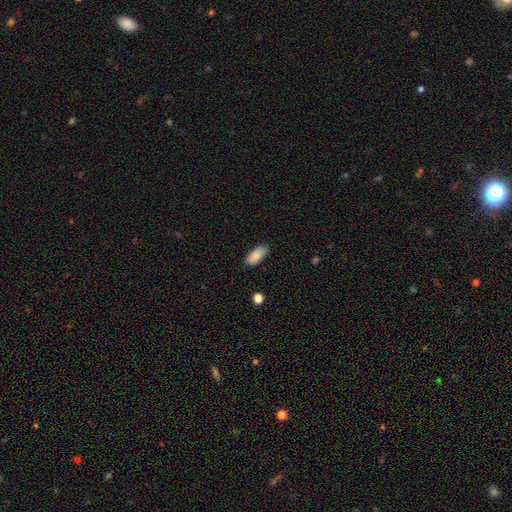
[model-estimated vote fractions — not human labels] smooth_or_featured: smooth (p=0.87) [alt: star or artifact p=0.07]
how_rounded: in between (p=0.85) [alt: cigar-shaped p=0.13]
merging: none (p=0.86) [alt: minor disturbance p=0.11]